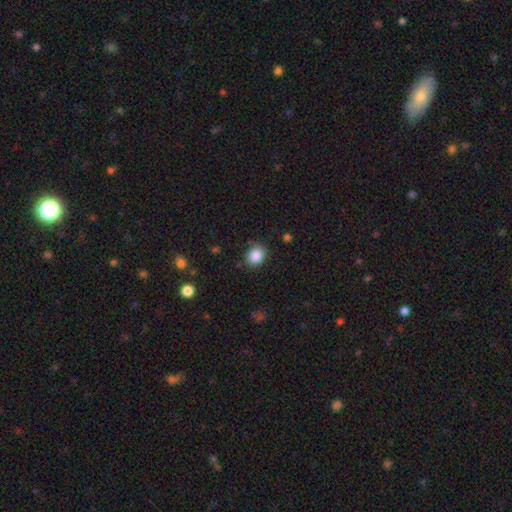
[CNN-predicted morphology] This is clearly a smooth galaxy (86%). How rounded: likely round (68%). Merging: likely none (79%).